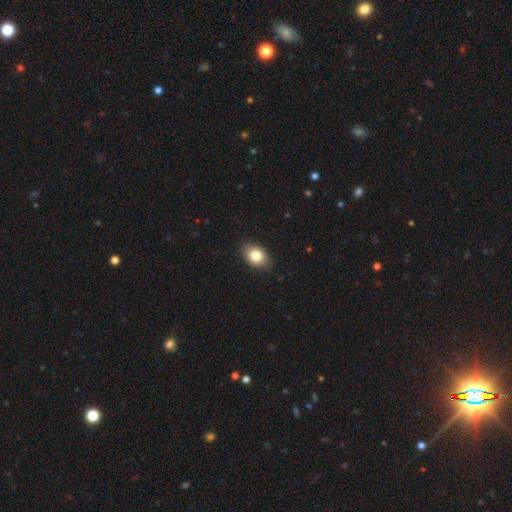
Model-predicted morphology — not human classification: The model was most divided on "how rounded": in between: 73%, round: 25%, cigar-shaped: 1%. More confident: merging — none (84%); smooth or featured — smooth (80%).